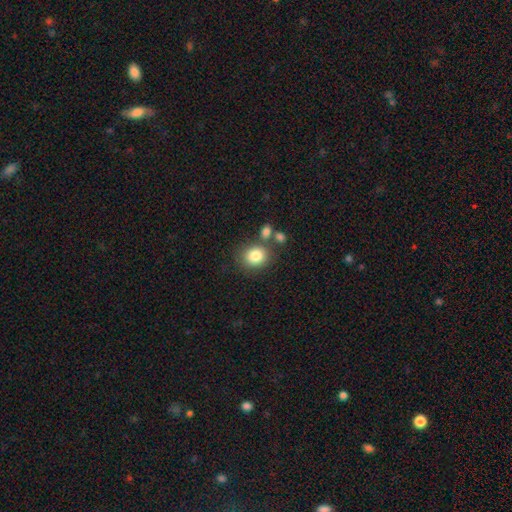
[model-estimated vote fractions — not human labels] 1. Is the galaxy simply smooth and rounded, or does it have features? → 83% smooth, 10% star or artifact, 7% featured or disk.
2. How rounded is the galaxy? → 70% round, 29% in between, 1% cigar-shaped.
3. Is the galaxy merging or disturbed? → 68% none, 15% merger, 12% minor disturbance, 4% major disturbance.